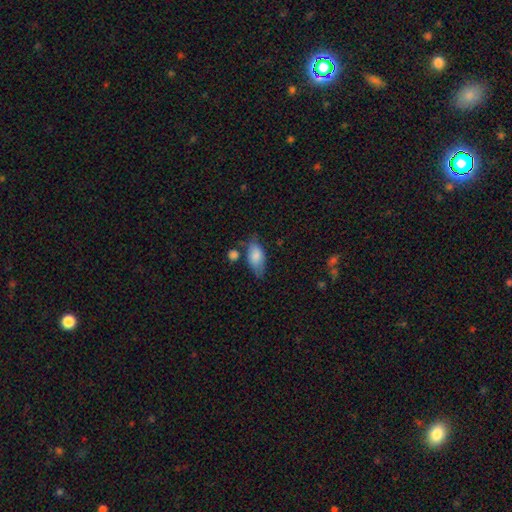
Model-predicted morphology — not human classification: type=smooth (81%); roundness=in between (89%); merging=none (58%).